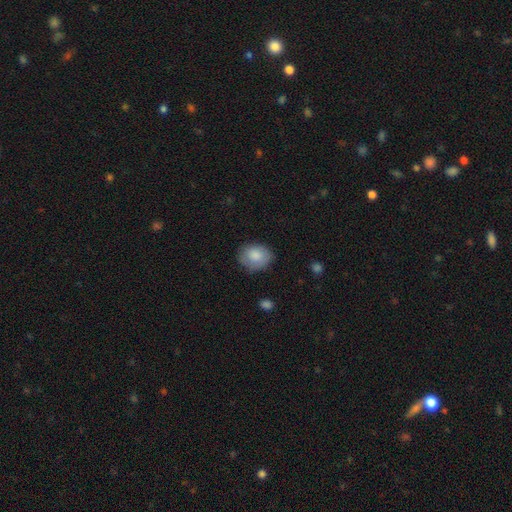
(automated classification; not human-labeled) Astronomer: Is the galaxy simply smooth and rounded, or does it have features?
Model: smooth — 84%.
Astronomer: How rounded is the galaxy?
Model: in between — 56% (runner-up: round, 43%).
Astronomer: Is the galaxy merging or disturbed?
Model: none — 74%.